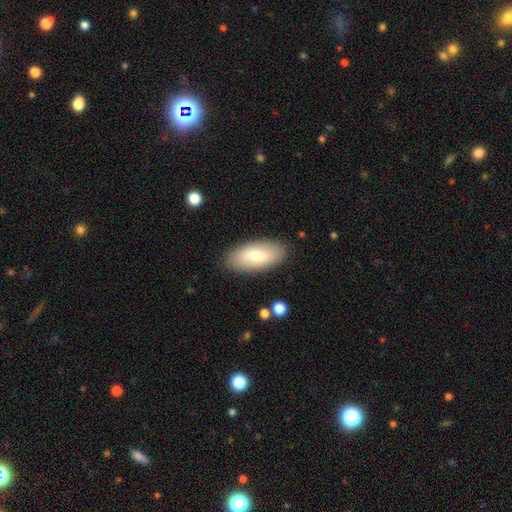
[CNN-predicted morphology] The model was most divided on "smooth or featured": smooth: 70%, featured or disk: 23%, star or artifact: 7%. More confident: how rounded — in between (91%); merging — none (88%).